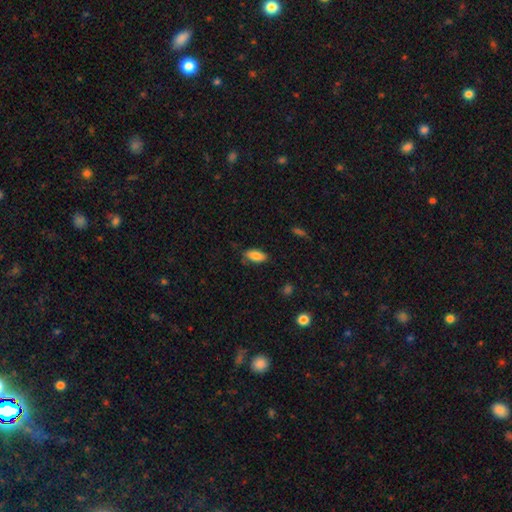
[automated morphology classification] Overall: smooth (85%). How rounded: in between (87%). Merging: none (75%).